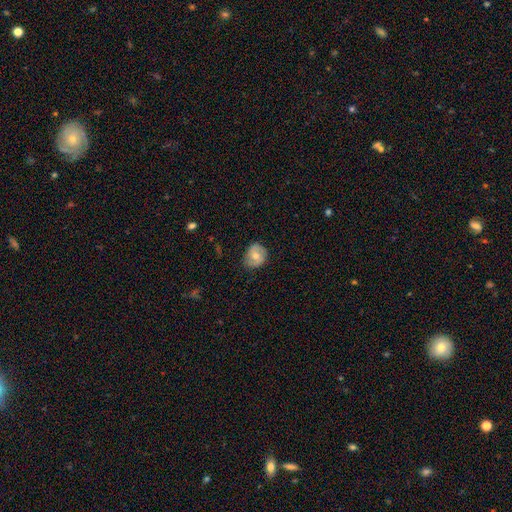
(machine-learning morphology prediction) Smooth or featured? Predicted: smooth (p=0.51). How rounded? Predicted: round (p=0.71). Merging? Predicted: none (p=0.74).